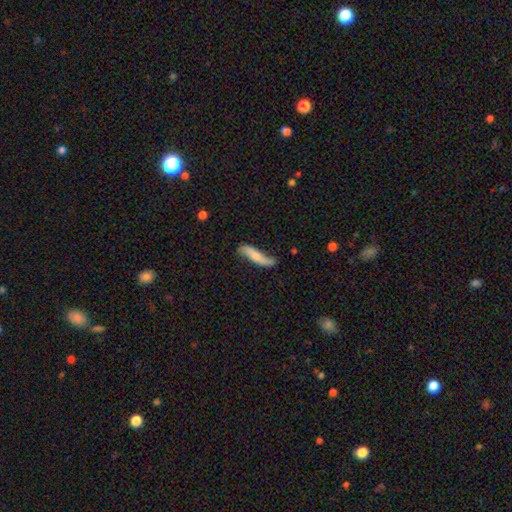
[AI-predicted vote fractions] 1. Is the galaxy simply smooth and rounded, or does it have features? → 49% featured or disk, 46% smooth, 5% star or artifact.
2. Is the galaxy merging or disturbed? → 64% none, 26% minor disturbance, 7% major disturbance, 3% merger.